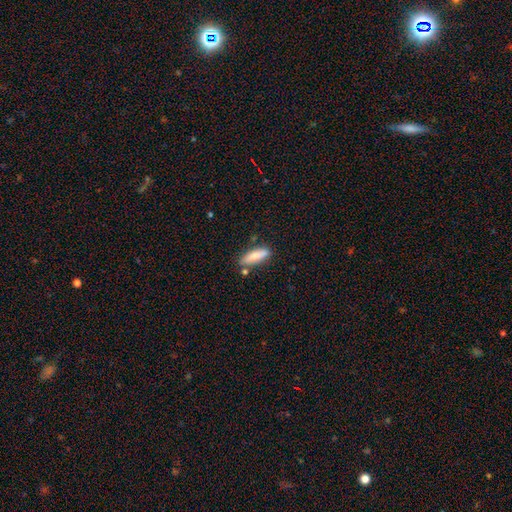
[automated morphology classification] The model was most divided on "how rounded": cigar-shaped: 51%, in between: 47%, round: 2%. More confident: smooth or featured — smooth (79%); merging — none (74%).